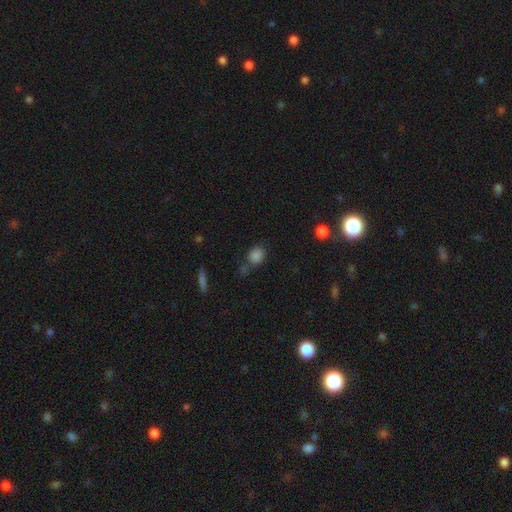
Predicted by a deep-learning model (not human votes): A smooth galaxy with no disk features (82%) that is round (52%). Merging: none (61%).